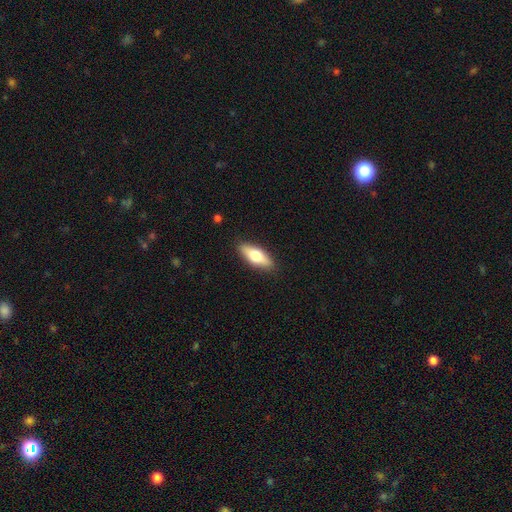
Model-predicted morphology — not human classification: This appears to be a smooth galaxy with no disk features (63%) that is in between round and cigar-shaped (68%). Merging: none (88%).